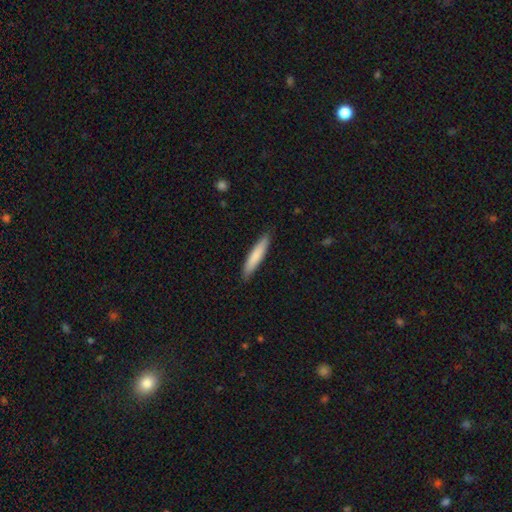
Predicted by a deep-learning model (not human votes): A smooth galaxy with no disk features (80%) that is cigar-shaped (89%).

Vote fractions:
- Smooth or featured? smooth: 80% / featured or disk: 15% / star or artifact: 5%
- How rounded? cigar-shaped: 89% / in between: 10% / round: 1%
- Merging? none: 89% / minor disturbance: 9% / major disturbance: 2% / merger: 1%